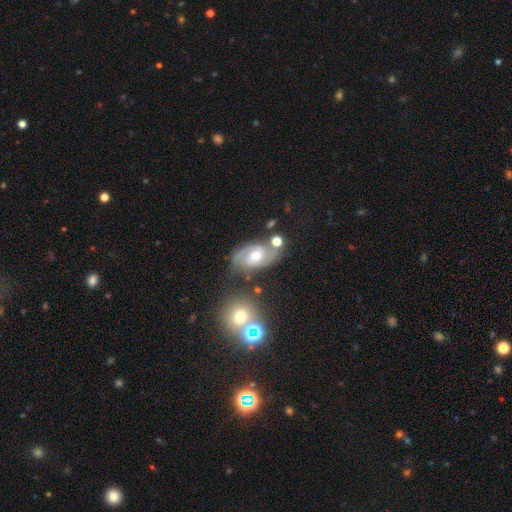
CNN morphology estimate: This appears to be a featured or disk galaxy (76%) with no bar (51%), 2 (85%) medium (49%) spiral arms (90%) and a moderate central bulge (71%). Merging: none (64%).